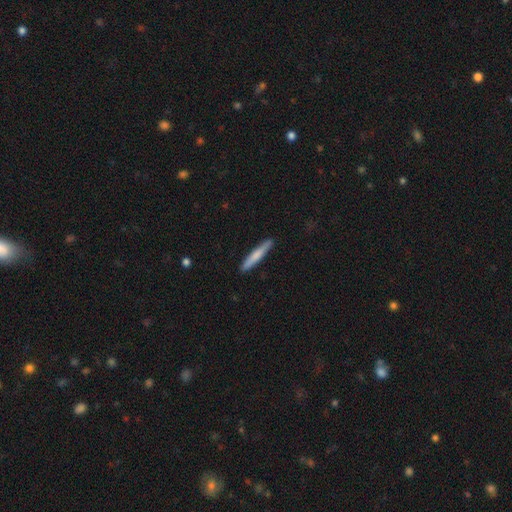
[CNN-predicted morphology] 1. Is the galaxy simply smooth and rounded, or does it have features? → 69% smooth, 26% featured or disk, 5% star or artifact.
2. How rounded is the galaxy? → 95% cigar-shaped, 4% in between, 1% round.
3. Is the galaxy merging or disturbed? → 90% none, 7% minor disturbance, 1% major disturbance, 1% merger.